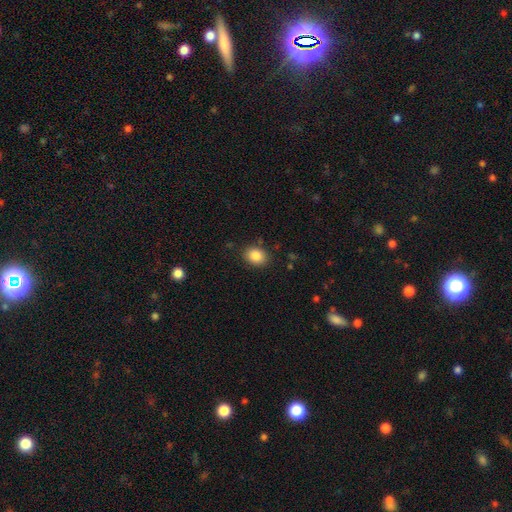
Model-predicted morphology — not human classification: smooth-or-featured: smooth: 86% | star or artifact: 9% | featured or disk: 5%
  how-rounded: round: 54% | in between: 45% | cigar-shaped: 1%
  merging: none: 86% | minor disturbance: 10% | major disturbance: 3% | merger: 2%